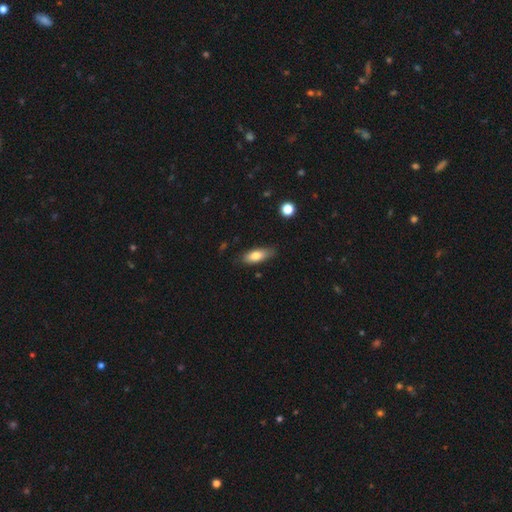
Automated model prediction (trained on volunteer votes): Smooth or featured: smooth — 76% (featured or disk — 17%)
How rounded: in between — 72% (cigar-shaped — 26%)
Merging: none — 75% (minor disturbance — 20%)